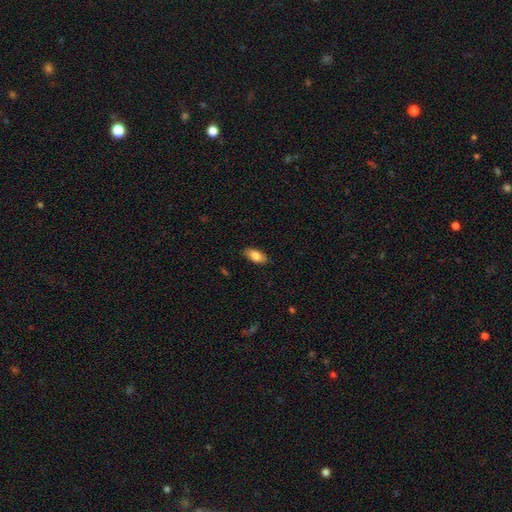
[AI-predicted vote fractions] Q: Smooth or featured?
A: smooth (84%); runner-up: featured or disk (9%)
Q: How rounded?
A: in between (90%); runner-up: cigar-shaped (7%)
Q: Merging?
A: none (87%); runner-up: minor disturbance (10%)